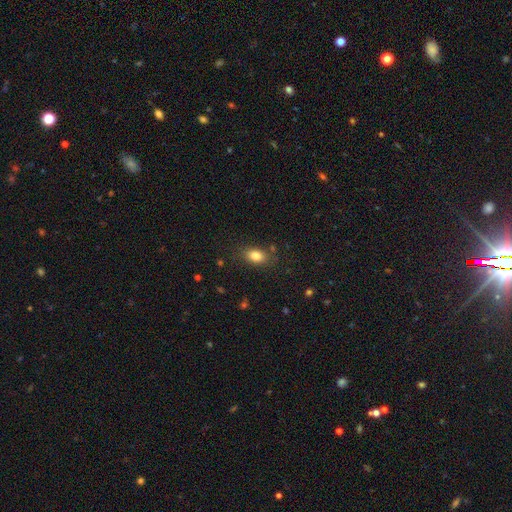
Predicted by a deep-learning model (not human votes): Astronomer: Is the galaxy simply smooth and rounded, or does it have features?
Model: smooth — 83%.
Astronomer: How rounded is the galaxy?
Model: in between — 83%.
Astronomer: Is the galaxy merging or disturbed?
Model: none — 81%.